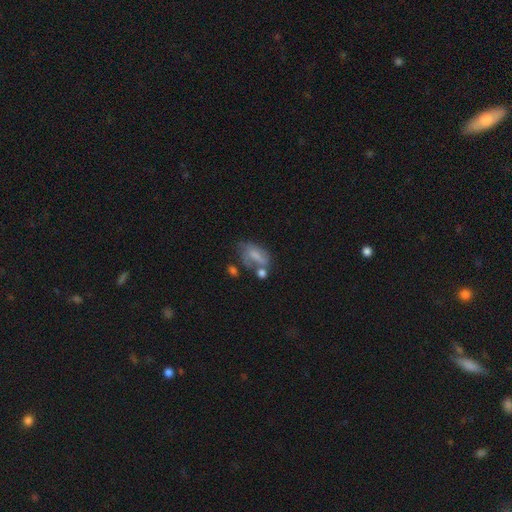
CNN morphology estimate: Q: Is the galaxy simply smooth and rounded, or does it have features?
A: smooth — 52%.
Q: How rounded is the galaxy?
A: in between — 83%.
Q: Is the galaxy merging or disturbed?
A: none — 31%.